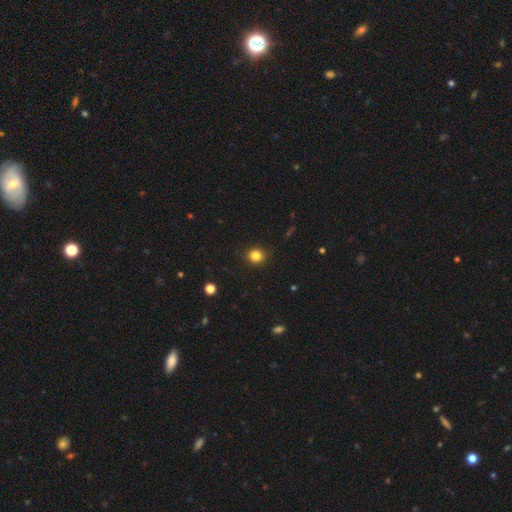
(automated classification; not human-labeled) Smooth or featured? smooth (83%)
How rounded? round (83%)
Merging? none (90%)